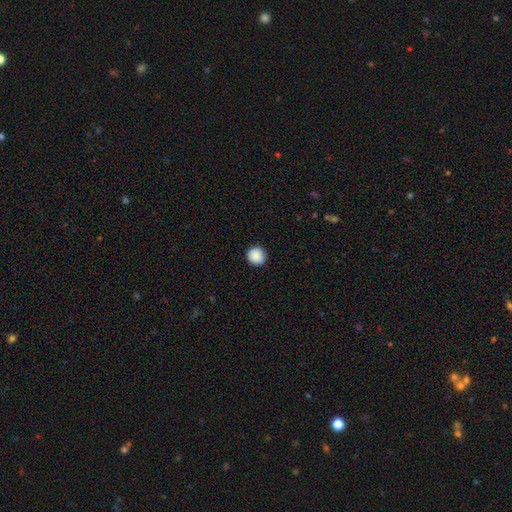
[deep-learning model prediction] A smooth galaxy with no disk features (89%) that is round (93%). Merging: none (91%).